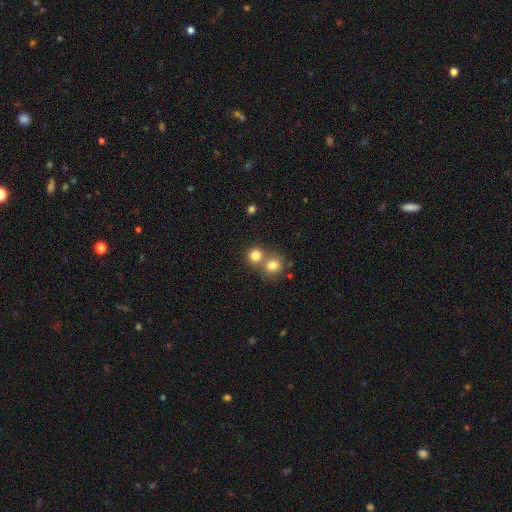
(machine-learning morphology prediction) A smooth galaxy with no disk features (80%) that is round (86%). Merging: none (46%, tied with merger).